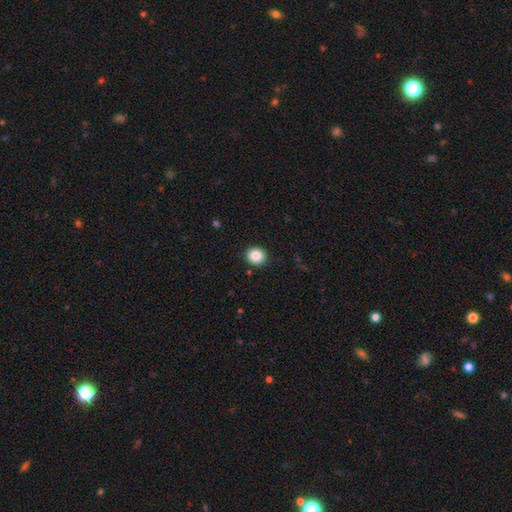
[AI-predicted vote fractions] Smooth or featured?
  - smooth: 86% *
  - star or artifact: 10%
  - featured or disk: 5%
How rounded?
  - round: 84% *
  - in between: 15%
  - cigar-shaped: 1%
Merging?
  - none: 91% *
  - minor disturbance: 6%
  - major disturbance: 2%
  - merger: 1%